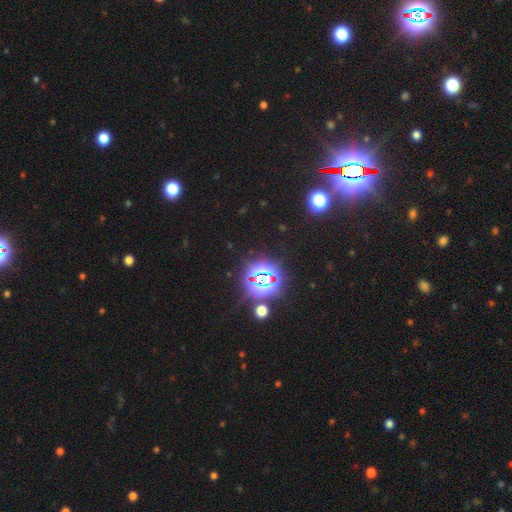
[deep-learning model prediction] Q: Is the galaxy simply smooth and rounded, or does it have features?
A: star or artifact — 82%.